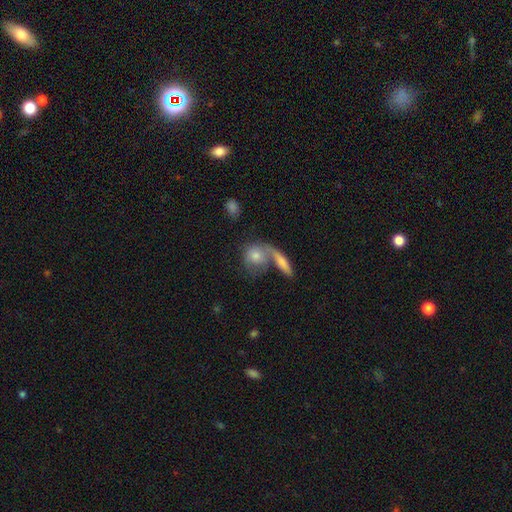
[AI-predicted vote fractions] Smooth or featured: smooth — 67% (featured or disk — 25%)
How rounded: round — 60% (in between — 33%)
Merging: merger — 49% (none — 30%)